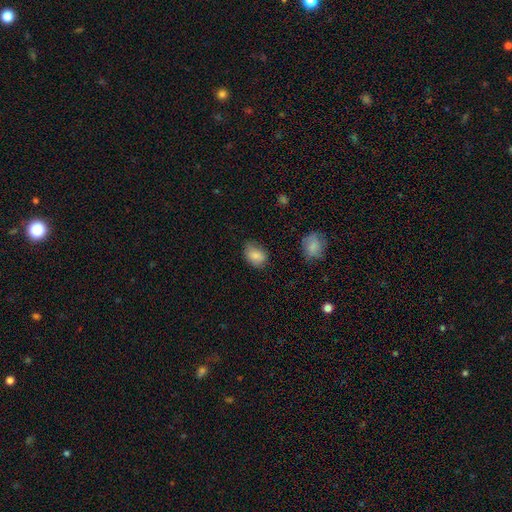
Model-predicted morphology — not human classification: This appears to be a smooth galaxy with no disk features (81%) that is in between round and cigar-shaped (73%). Merging: none (66%).